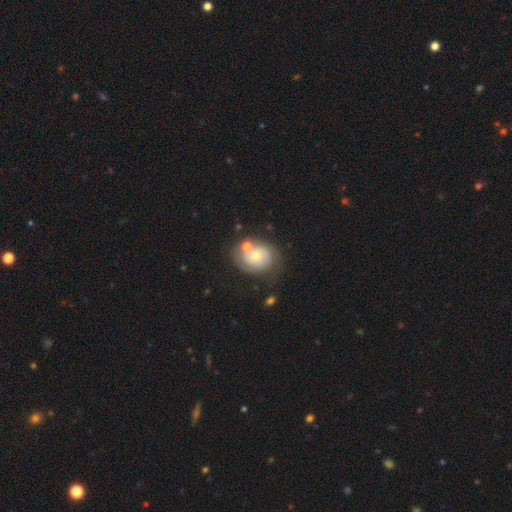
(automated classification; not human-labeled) The model was most divided on "bulge size": moderate: 58%, small: 37%, large: 3%, none: 1%, dominant: 1%. More confident: edge-on disk — no (97%); bar — no (83%); spiral arms — yes (69%); smooth or featured — featured or disk (60%); merging — none (52%).